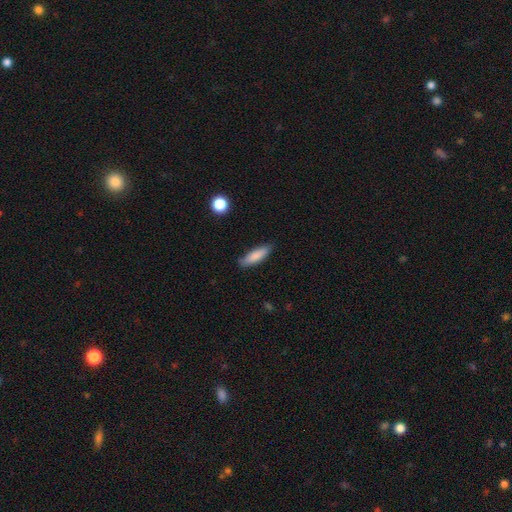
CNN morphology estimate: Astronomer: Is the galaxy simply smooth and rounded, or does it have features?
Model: smooth — 84%.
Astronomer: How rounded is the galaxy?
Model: cigar-shaped — 58% (runner-up: in between, 40%).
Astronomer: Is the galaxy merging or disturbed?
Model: none — 84%.